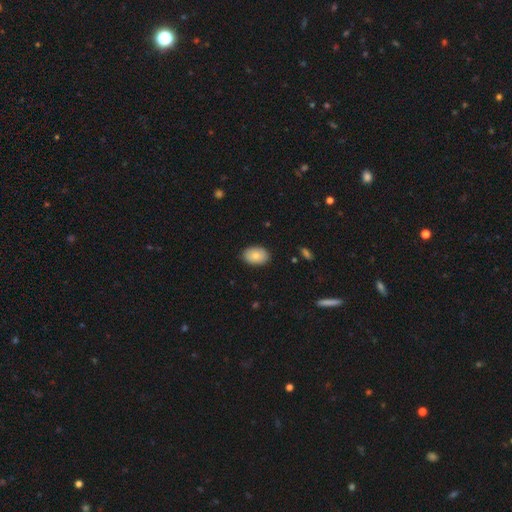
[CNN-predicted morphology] A smooth galaxy with no disk features (83%) that is in between round and cigar-shaped (86%). Merging: none (88%).